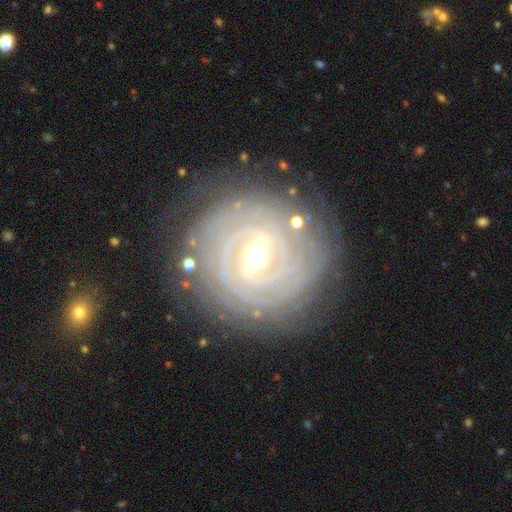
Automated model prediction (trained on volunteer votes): Q: Smooth or featured?
A: featured or disk (86%); runner-up: smooth (8%)
Q: Edge-on disk?
A: no (96%); runner-up: yes (4%)
Q: Bar?
A: weak (45%); runner-up: strong (40%)
Q: Spiral arms?
A: yes (93%); runner-up: no (7%)
Q: Spiral winding?
A: tight (88%); runner-up: medium (10%)
Q: Spiral arm count?
A: can't tell (35%); runner-up: 2 (16%)
Q: Bulge size?
A: moderate (68%); runner-up: small (23%)
Q: Merging?
A: none (81%); runner-up: minor disturbance (12%)